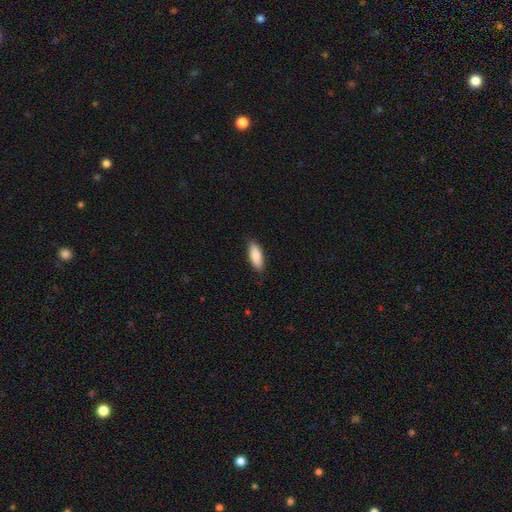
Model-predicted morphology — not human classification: Q: Smooth or featured?
A: smooth (88%); runner-up: featured or disk (6%)
Q: How rounded?
A: in between (72%); runner-up: cigar-shaped (26%)
Q: Merging?
A: none (87%); runner-up: minor disturbance (10%)